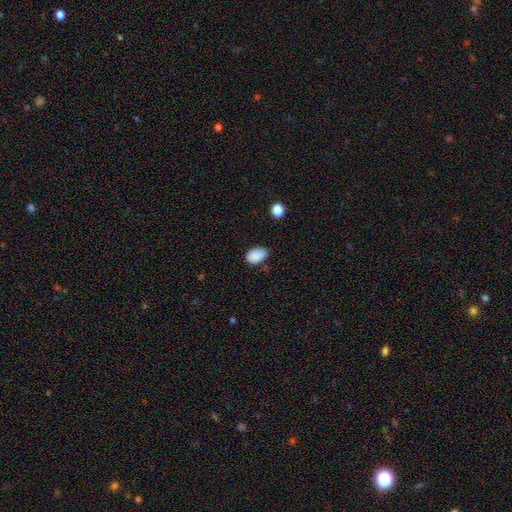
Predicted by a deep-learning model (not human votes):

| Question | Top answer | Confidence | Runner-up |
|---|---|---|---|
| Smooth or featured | smooth | 88% | star or artifact (8%) |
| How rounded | in between | 86% | round (13%) |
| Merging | none | 66% | minor disturbance (27%) |